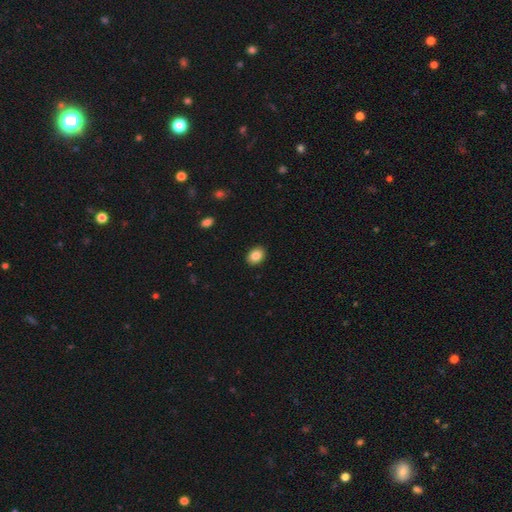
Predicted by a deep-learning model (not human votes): Smooth or featured? Predicted: smooth (p=0.85). How rounded? Predicted: in between (p=0.65). Merging? Predicted: none (p=0.91).